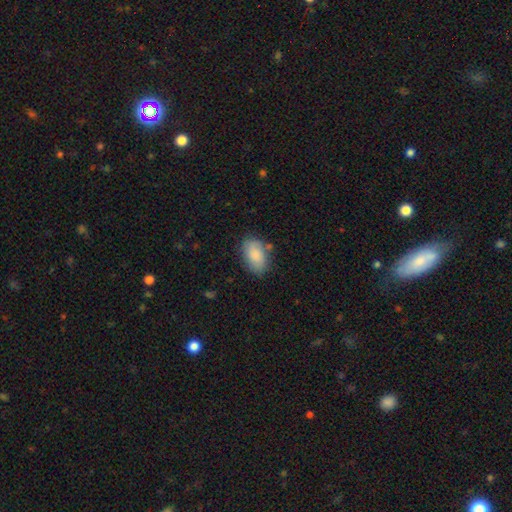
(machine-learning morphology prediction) Overall: smooth (84%). How rounded: in between (92%). Merging: none (70%).